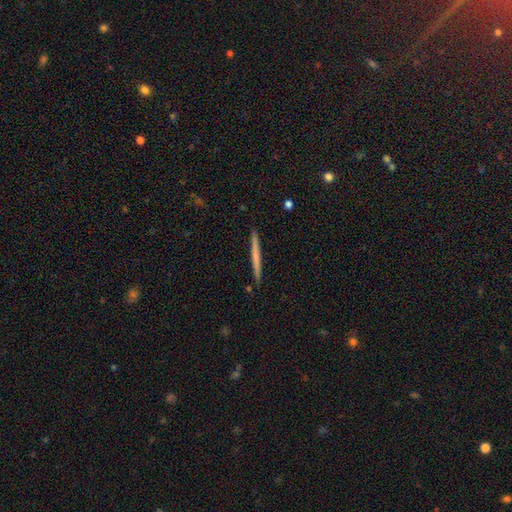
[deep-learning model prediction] smooth 52%, featured or disk 43%, star or artifact 6%. Down the decision tree: how rounded — cigar-shaped (97%); merging — none (92%).